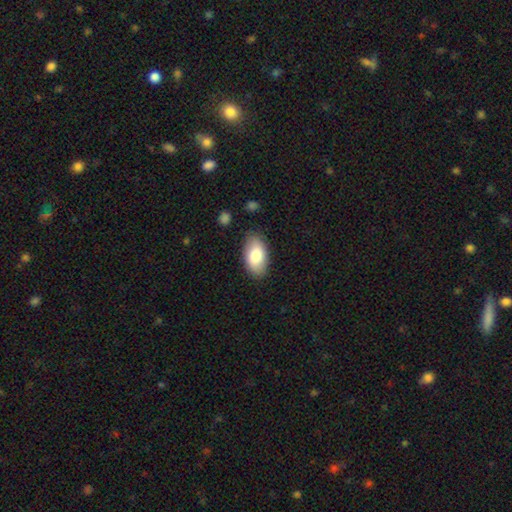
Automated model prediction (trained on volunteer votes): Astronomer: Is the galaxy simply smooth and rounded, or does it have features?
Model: smooth — 81%.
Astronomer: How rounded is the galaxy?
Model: in between — 94%.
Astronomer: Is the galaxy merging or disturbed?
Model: none — 84%.